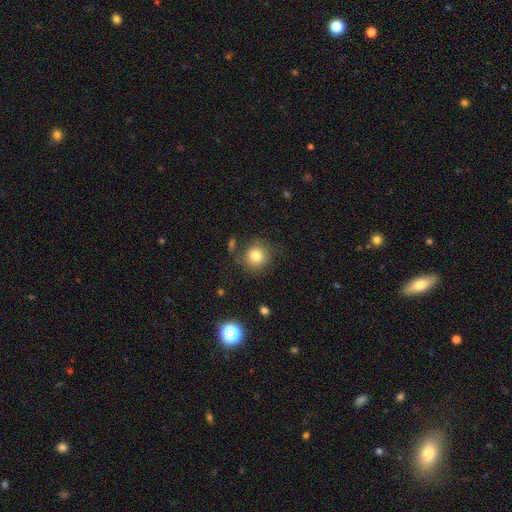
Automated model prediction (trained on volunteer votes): Morphology: type=smooth (80%); roundness=round (91%); merging=none (76%).